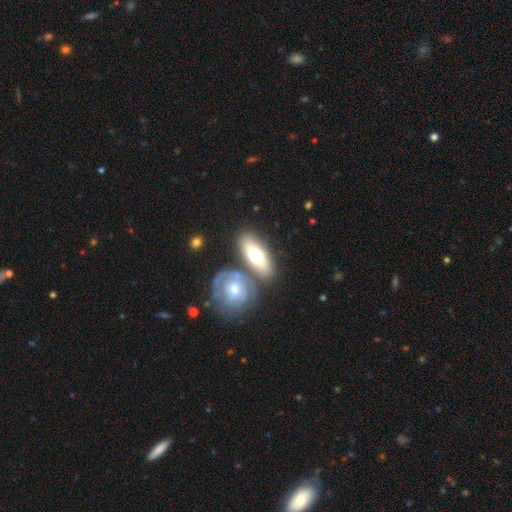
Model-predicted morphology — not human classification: Smooth or featured: smooth — 58% (featured or disk — 36%)
How rounded: in between — 75% (cigar-shaped — 19%)
Merging: none — 63% (merger — 21%)